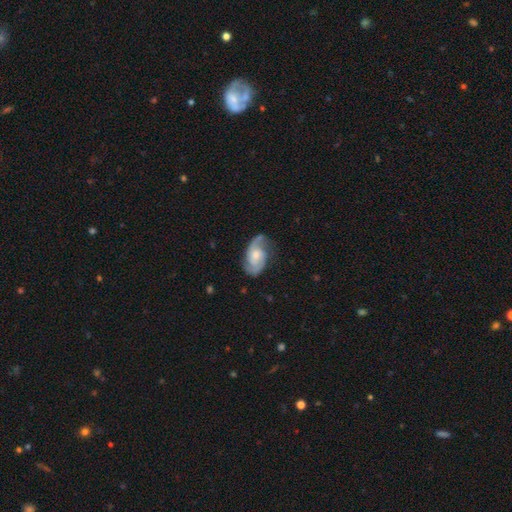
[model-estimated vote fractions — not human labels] Smooth or featured? featured or disk (77%)
Edge-on disk? no (96%)
Bar? no (57%)
Spiral arms? yes (94%)
Spiral winding? medium (47%)
Spiral arm count? 2 (79%)
Bulge size? moderate (51%)
Merging? none (64%)